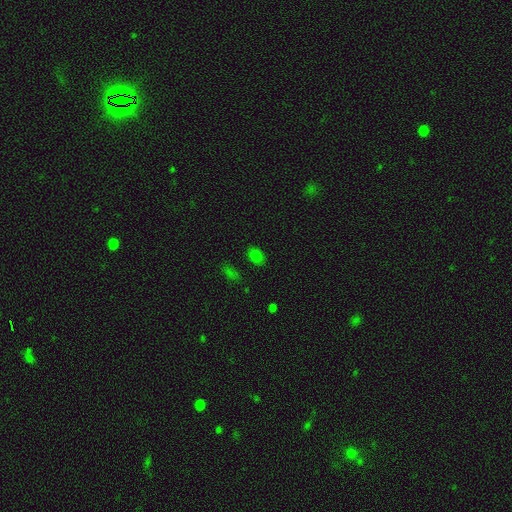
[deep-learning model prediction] This is likely a smooth galaxy (77%). How rounded: likely in between (70%). Merging: clearly none (84%).